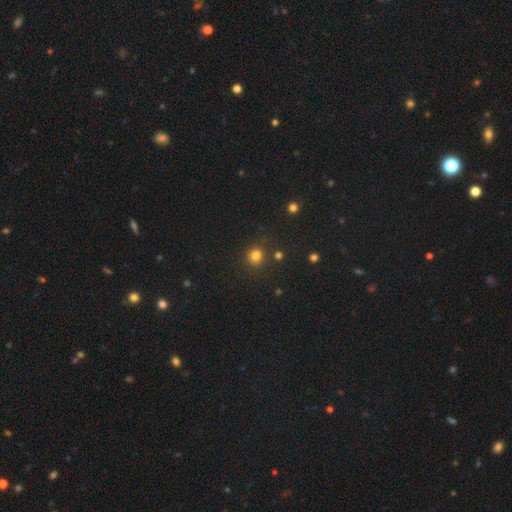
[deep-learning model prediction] Smooth or featured?
  - smooth: 80% *
  - star or artifact: 15%
  - featured or disk: 5%
How rounded?
  - round: 89% *
  - in between: 10%
  - cigar-shaped: 1%
Merging?
  - none: 82% *
  - minor disturbance: 9%
  - merger: 5%
  - major disturbance: 4%